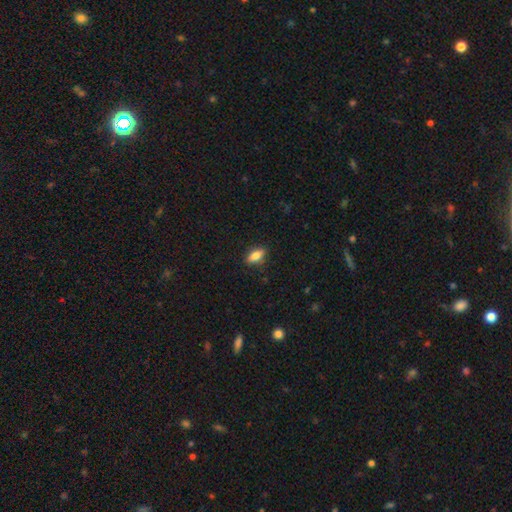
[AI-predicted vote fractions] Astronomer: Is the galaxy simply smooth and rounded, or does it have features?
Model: smooth — 75%.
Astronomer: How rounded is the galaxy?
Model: in between — 77%.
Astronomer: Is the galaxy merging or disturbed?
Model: none — 86%.